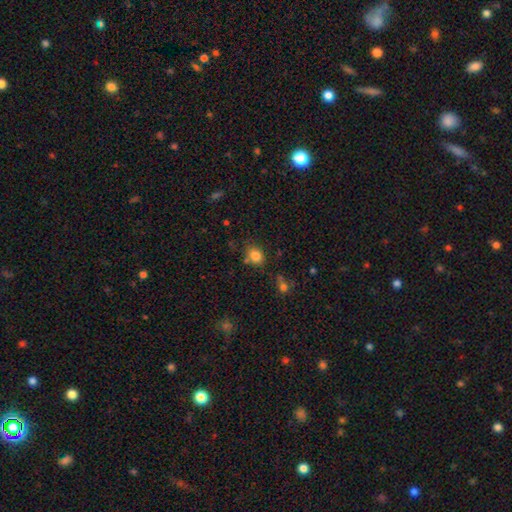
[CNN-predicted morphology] Q: Smooth or featured?
A: smooth (82%); runner-up: star or artifact (11%)
Q: How rounded?
A: round (52%); runner-up: in between (47%)
Q: Merging?
A: none (73%); runner-up: minor disturbance (15%)